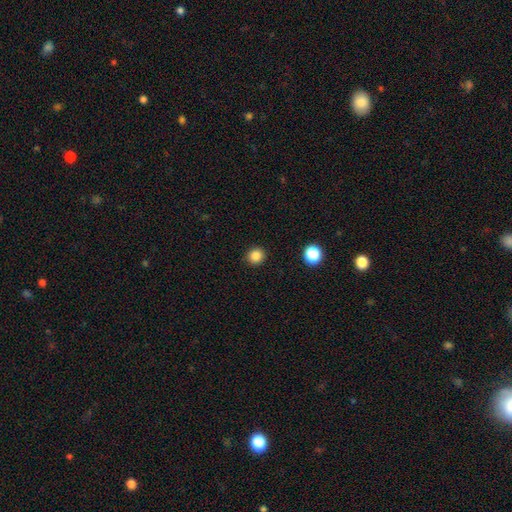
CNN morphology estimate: A smooth galaxy with no disk features (85%) that is round (90%).

Vote fractions:
- Smooth or featured? smooth: 85% / star or artifact: 12% / featured or disk: 4%
- How rounded? round: 90% / in between: 9% / cigar-shaped: 1%
- Merging? none: 92% / minor disturbance: 5% / major disturbance: 2% / merger: 1%